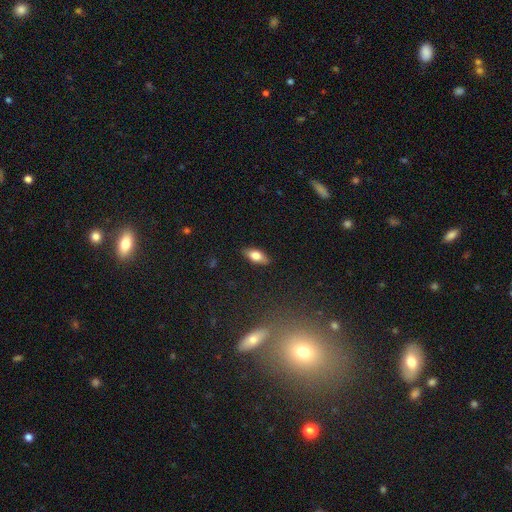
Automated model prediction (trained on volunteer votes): This appears to be a smooth galaxy with no disk features (71%) that is in between round and cigar-shaped (82%). Merging: none (87%).